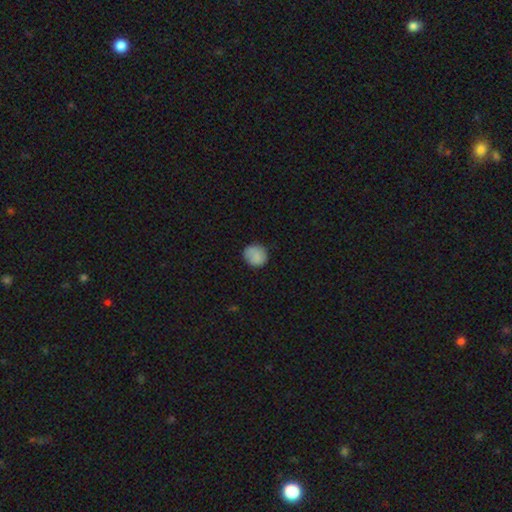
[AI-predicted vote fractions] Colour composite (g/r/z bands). It shows a smooth galaxy with no disk features (84%) that is round (87%). Merging: none (83%).